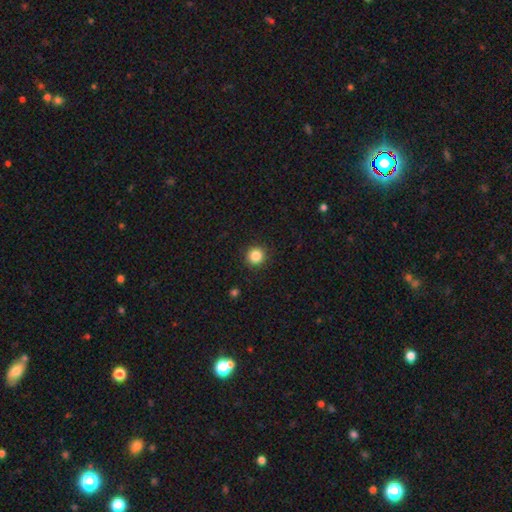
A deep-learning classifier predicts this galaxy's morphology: Overall: smooth (85%). How rounded: round (94%). Merging: none (91%).